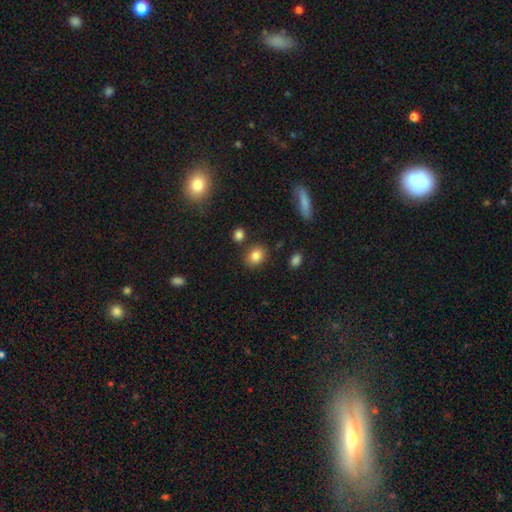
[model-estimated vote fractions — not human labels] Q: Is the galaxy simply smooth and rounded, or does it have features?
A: smooth — 84%.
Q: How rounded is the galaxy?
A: in between — 50%.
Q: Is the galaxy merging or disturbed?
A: none — 81%.